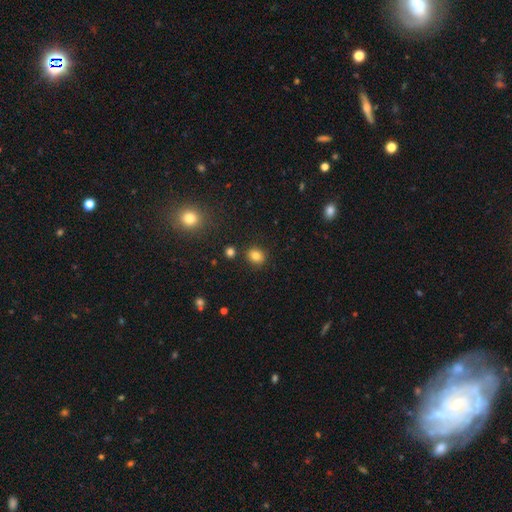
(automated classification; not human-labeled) smooth 82%, star or artifact 12%, featured or disk 6%. Down the decision tree: how rounded — round (61%); merging — none (85%).